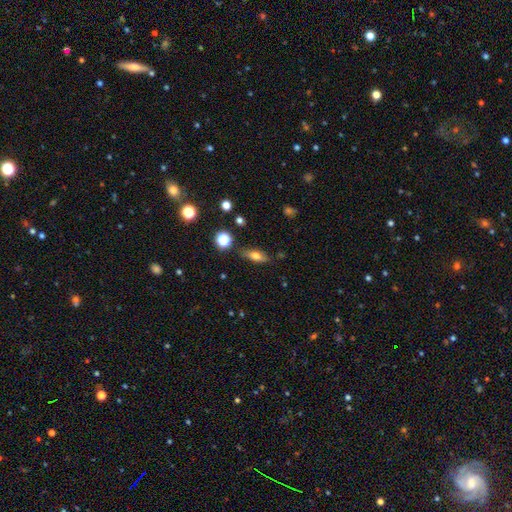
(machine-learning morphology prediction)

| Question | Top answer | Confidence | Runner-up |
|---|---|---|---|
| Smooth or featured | smooth | 67% | featured or disk (22%) |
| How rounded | in between | 69% | cigar-shaped (25%) |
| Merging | none | 81% | minor disturbance (13%) |